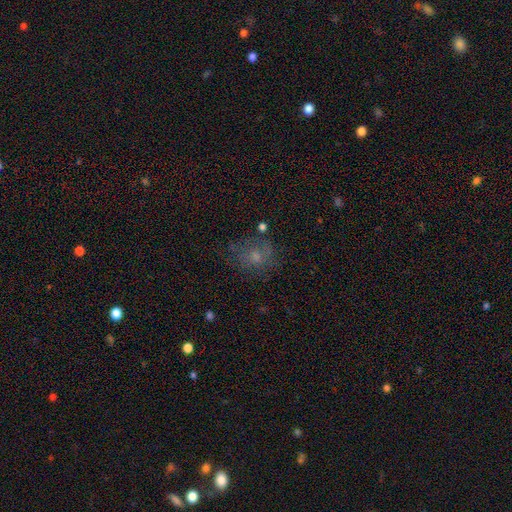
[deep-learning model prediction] A smooth galaxy with no disk features (53%) that is round (65%). Merging: none (62%).